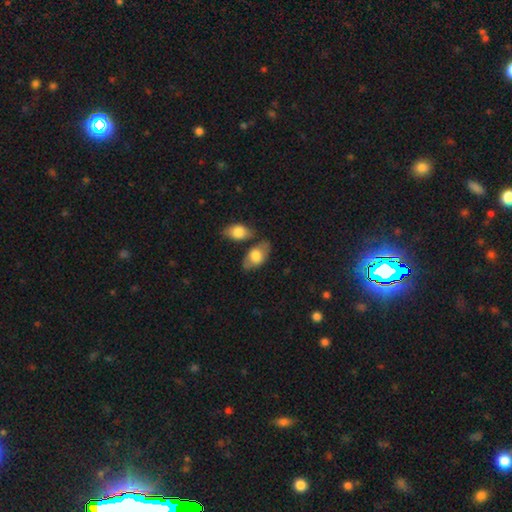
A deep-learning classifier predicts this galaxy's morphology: Smooth or featured: smooth — 69% (featured or disk — 25%)
How rounded: in between — 92% (round — 5%)
Merging: none — 62% (merger — 17%)